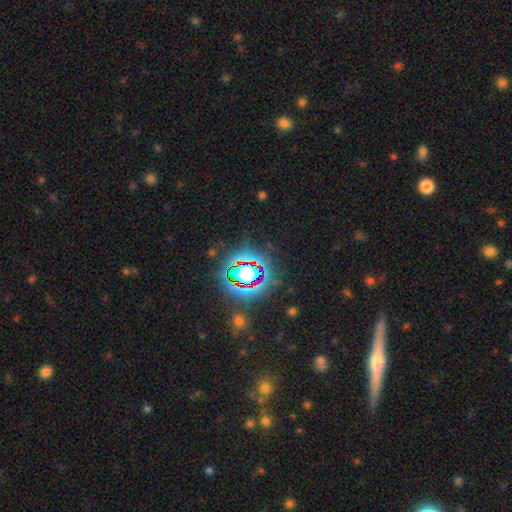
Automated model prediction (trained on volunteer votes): smooth_or_featured: star or artifact (p=0.74) [alt: featured or disk p=0.14]